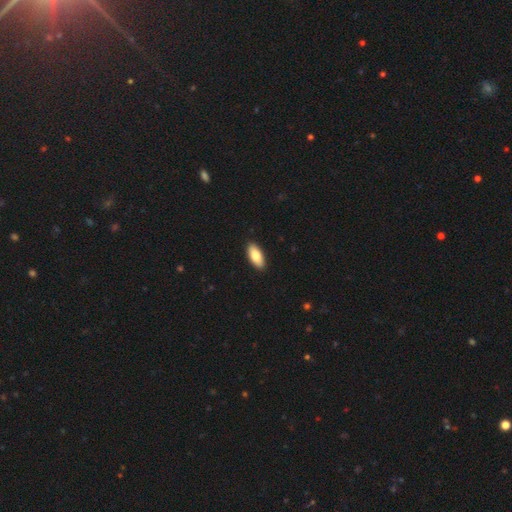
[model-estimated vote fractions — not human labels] A smooth galaxy with no disk features (84%) that is in between round and cigar-shaped (86%). Merging: none (91%).